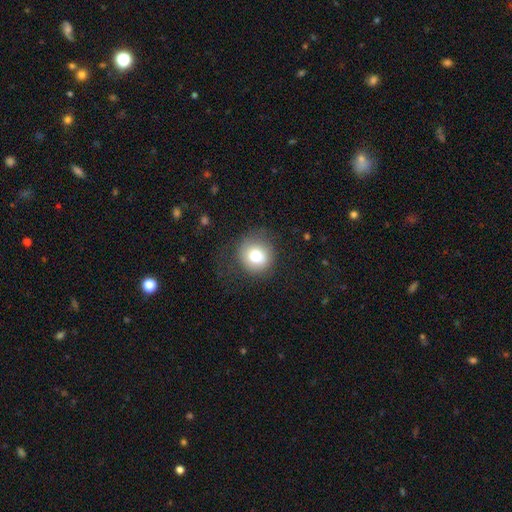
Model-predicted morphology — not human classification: Overall: smooth (77%). How rounded: round (89%). Merging: none (73%).